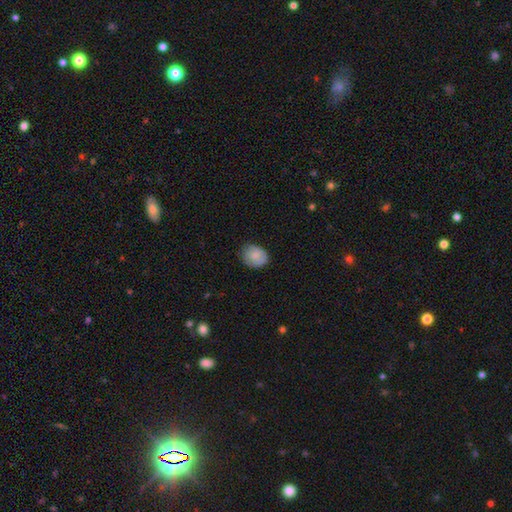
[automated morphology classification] Smooth or featured: smooth — 80% (featured or disk — 13%)
How rounded: round — 59% (in between — 40%)
Merging: none — 75% (minor disturbance — 21%)